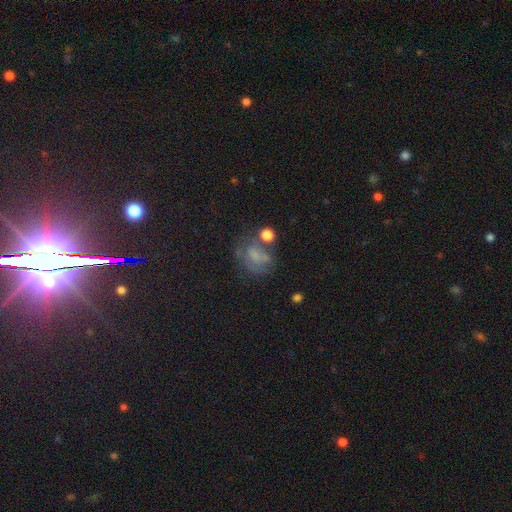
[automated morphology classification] This is marginally a smooth galaxy (44%). Merging: marginally none (42%).